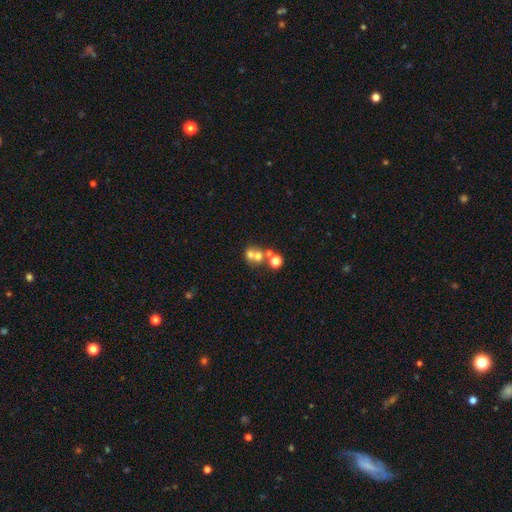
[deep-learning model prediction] Smooth or featured: smooth — 57% (featured or disk — 25%)
How rounded: round — 78% (in between — 21%)
Merging: merger — 54% (none — 34%)